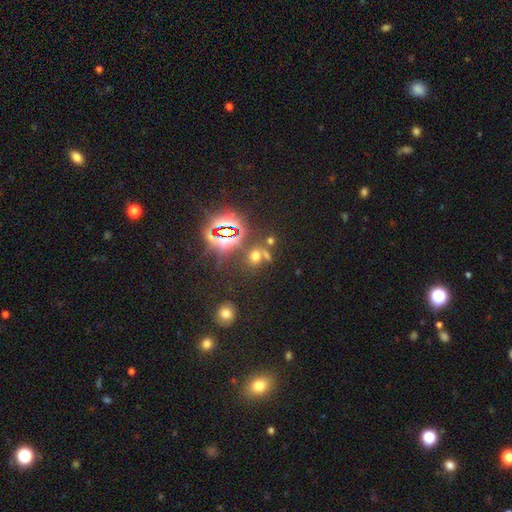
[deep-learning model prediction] Smooth or featured? star or artifact (48%)